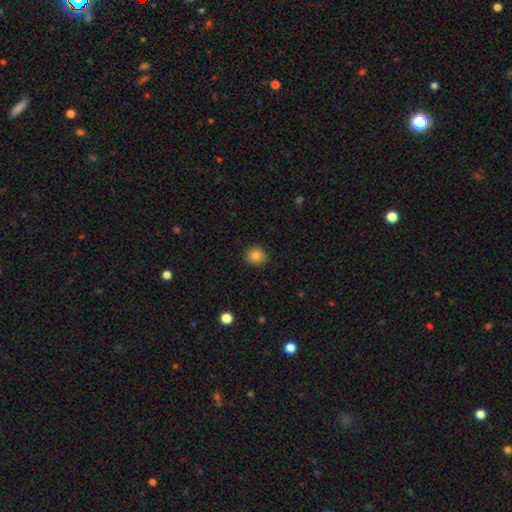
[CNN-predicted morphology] smooth 84%, star or artifact 10%, featured or disk 6%. Down the decision tree: how rounded — round (82%); merging — none (89%).